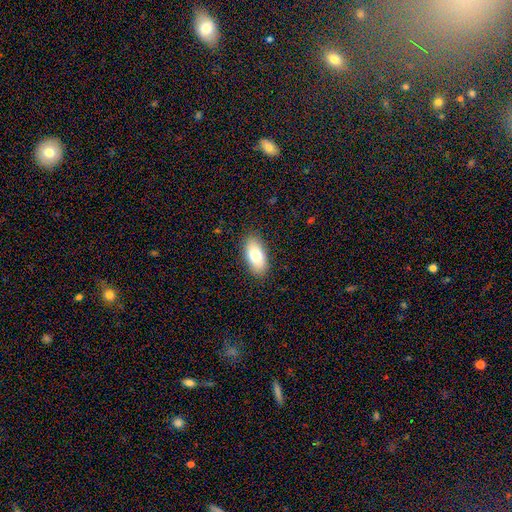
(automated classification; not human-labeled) Smooth or featured: smooth — 78% (featured or disk — 15%)
How rounded: in between — 92% (cigar-shaped — 5%)
Merging: none — 88% (minor disturbance — 9%)